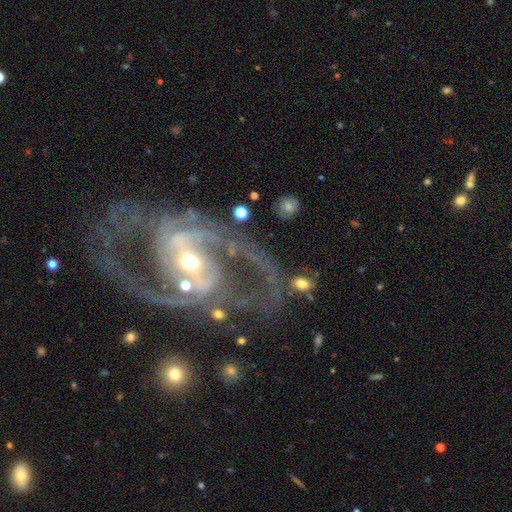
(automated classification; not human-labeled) A featured or disk galaxy (92%) with a strong bar (40%), 2 (88%) medium (59%) spiral arms (97%) and a moderate central bulge (51%). Merging: none (63%).